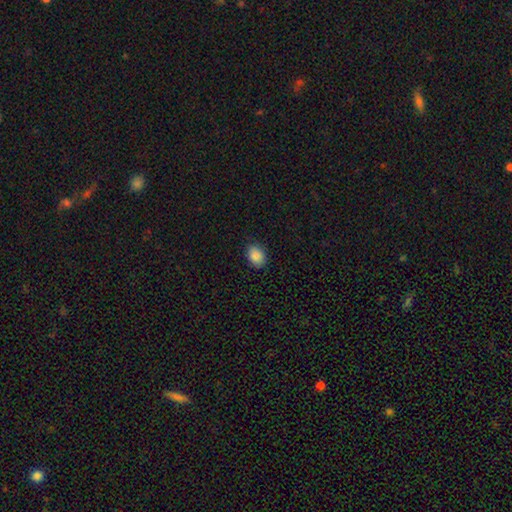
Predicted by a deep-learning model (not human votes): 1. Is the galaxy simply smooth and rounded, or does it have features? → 89% smooth, 8% star or artifact, 3% featured or disk.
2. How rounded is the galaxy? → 72% in between, 27% round, 1% cigar-shaped.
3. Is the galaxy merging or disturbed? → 86% none, 11% minor disturbance, 2% major disturbance, 1% merger.